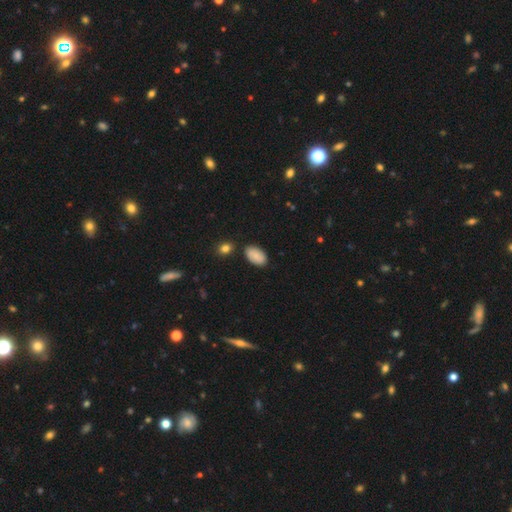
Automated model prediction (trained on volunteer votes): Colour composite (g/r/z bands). It shows a smooth galaxy with no disk features (87%) that is in between round and cigar-shaped (95%). Merging: none (82%).